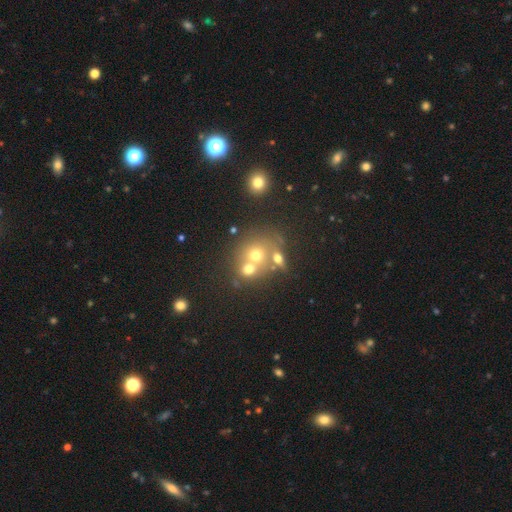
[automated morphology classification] This is possibly a smooth galaxy (53%). How rounded: likely round (75%). Merging: marginally merger (44%).